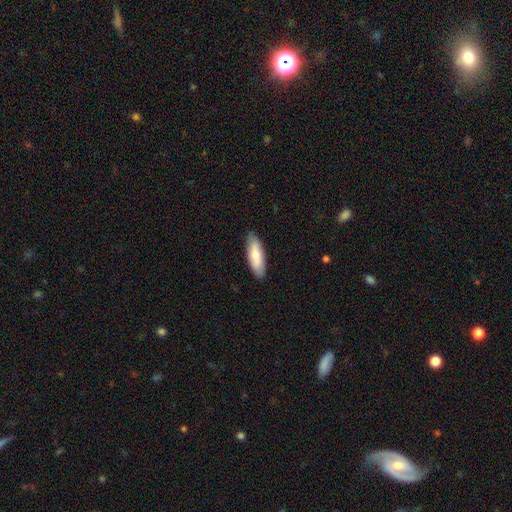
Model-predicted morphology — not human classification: Smooth or featured: smooth — 76% (featured or disk — 19%)
How rounded: in between — 60% (cigar-shaped — 38%)
Merging: none — 87% (minor disturbance — 10%)